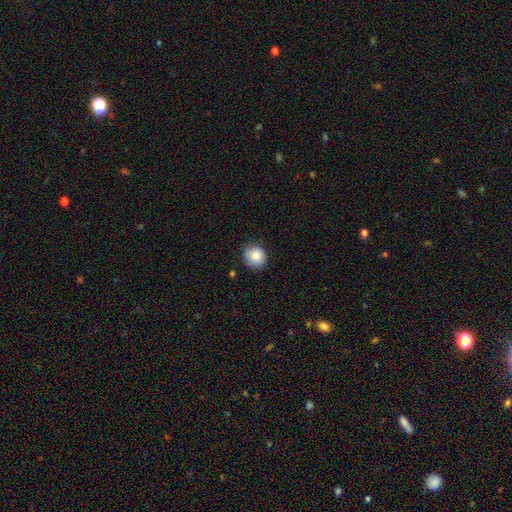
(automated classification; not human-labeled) Smooth or featured? Predicted: smooth (p=0.83). How rounded? Predicted: round (p=0.85). Merging? Predicted: none (p=0.82).